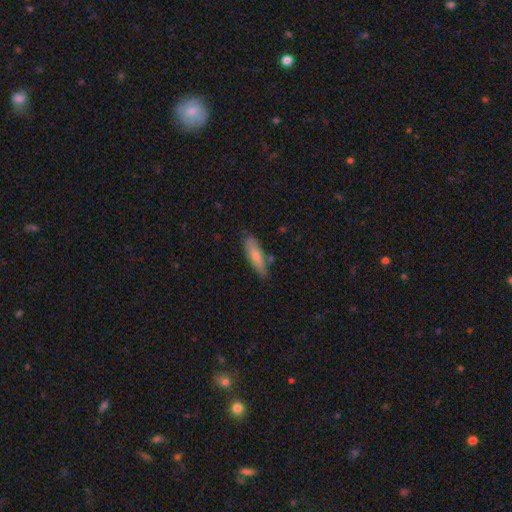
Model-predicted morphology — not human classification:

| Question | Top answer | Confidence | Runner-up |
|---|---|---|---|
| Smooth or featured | smooth | 73% | featured or disk (21%) |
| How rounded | cigar-shaped | 56% | in between (42%) |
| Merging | none | 76% | minor disturbance (17%) |